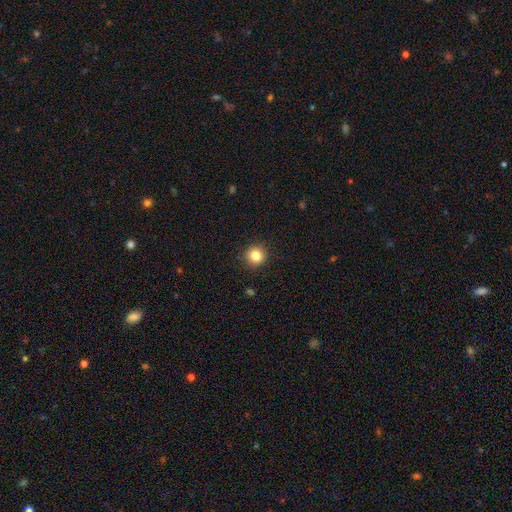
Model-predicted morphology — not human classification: Smooth or featured?
  - smooth: 83% *
  - star or artifact: 11%
  - featured or disk: 5%
How rounded?
  - round: 93% *
  - in between: 6%
  - cigar-shaped: 1%
Merging?
  - none: 91% *
  - minor disturbance: 6%
  - major disturbance: 2%
  - merger: 1%